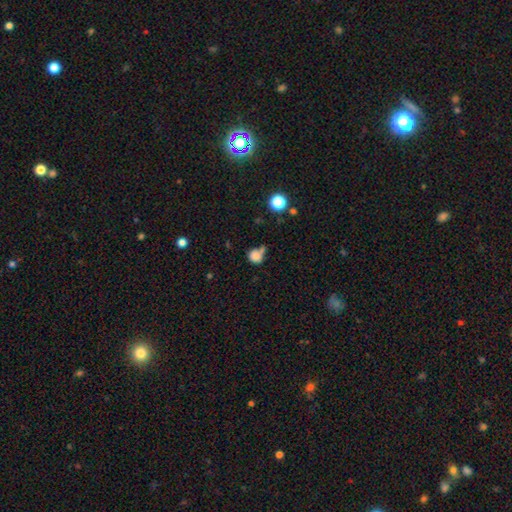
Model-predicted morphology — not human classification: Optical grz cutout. It shows a smooth galaxy with no disk features (81%) that is round (79%). Merging: none (44%).